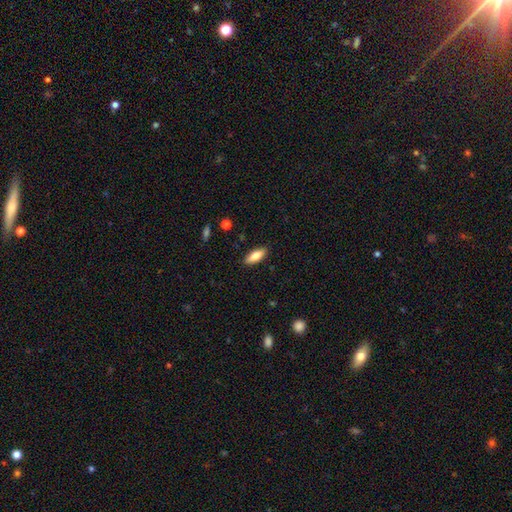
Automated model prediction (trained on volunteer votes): A smooth galaxy with no disk features (76%) that is in between round and cigar-shaped (70%).

Vote fractions:
- Smooth or featured? smooth: 76% / featured or disk: 17% / star or artifact: 7%
- How rounded? in between: 70% / cigar-shaped: 28% / round: 2%
- Merging? none: 89% / minor disturbance: 8% / major disturbance: 2% / merger: 1%